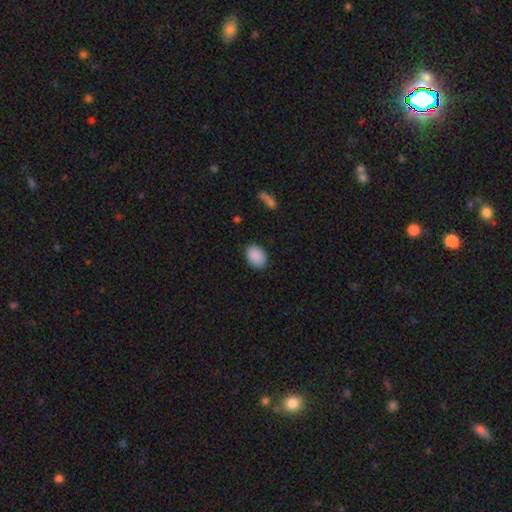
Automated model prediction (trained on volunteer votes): smooth-or-featured: smooth: 90% | star or artifact: 7% | featured or disk: 3%
  how-rounded: in between: 76% | round: 23% | cigar-shaped: 1%
  merging: none: 85% | minor disturbance: 12% | major disturbance: 3% | merger: 1%